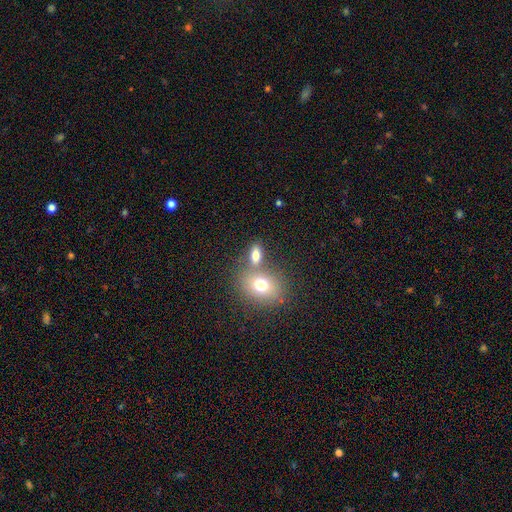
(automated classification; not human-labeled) The model was most divided on "merging": none: 53%, merger: 32%, minor disturbance: 10%, major disturbance: 5%. More confident: how rounded — in between (75%); smooth or featured — smooth (74%).